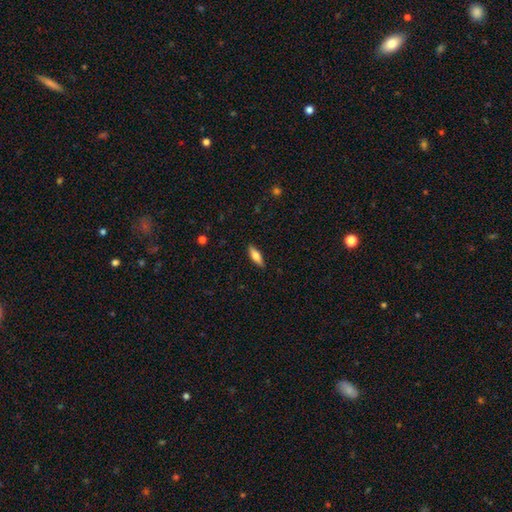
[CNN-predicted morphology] smooth-or-featured: smooth: 68% | featured or disk: 26% | star or artifact: 6%
  how-rounded: in between: 56% | cigar-shaped: 42% | round: 2%
  merging: none: 88% | minor disturbance: 9% | major disturbance: 2% | merger: 1%